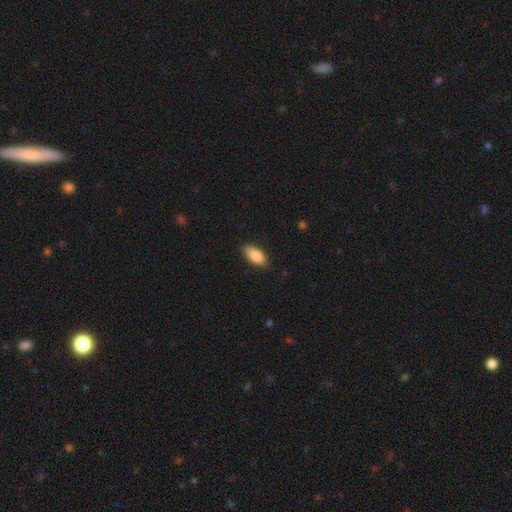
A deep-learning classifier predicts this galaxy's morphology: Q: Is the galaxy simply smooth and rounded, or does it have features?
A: smooth — 87%.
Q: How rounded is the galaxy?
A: in between — 86%.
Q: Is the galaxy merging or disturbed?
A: none — 84%.